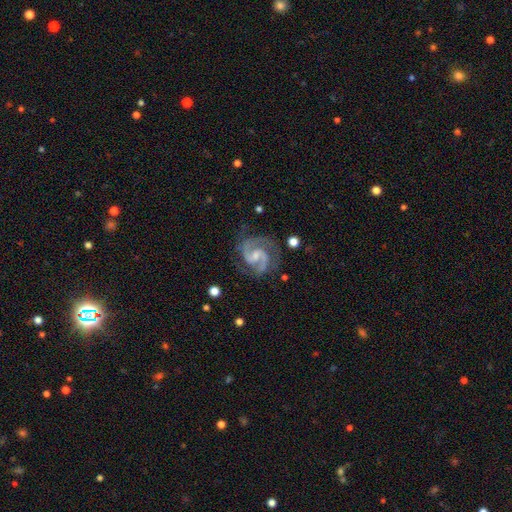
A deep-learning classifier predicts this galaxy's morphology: Smooth or featured: featured or disk — 93% (star or artifact — 4%)
Edge-on disk: no — 98% (yes — 2%)
Bar: weak — 49% (no — 37%)
Spiral arms: yes — 99% (no — 1%)
Spiral winding: medium — 62% (tight — 28%)
Spiral arm count: 2 — 91% (3 — 4%)
Bulge size: small — 57% (moderate — 31%)
Merging: none — 77% (minor disturbance — 16%)